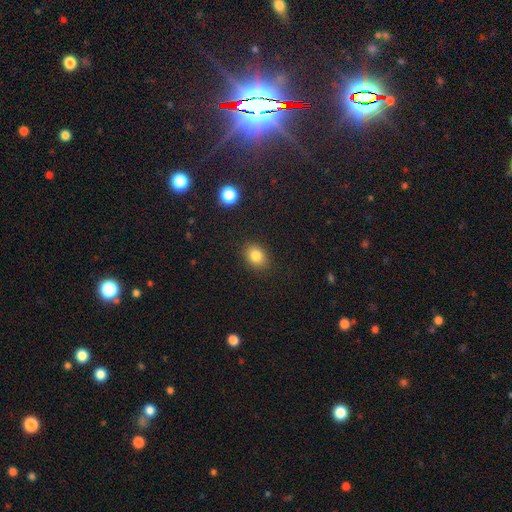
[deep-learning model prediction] Smooth or featured: smooth — 83% (star or artifact — 10%)
How rounded: in between — 62% (round — 37%)
Merging: none — 87% (minor disturbance — 9%)